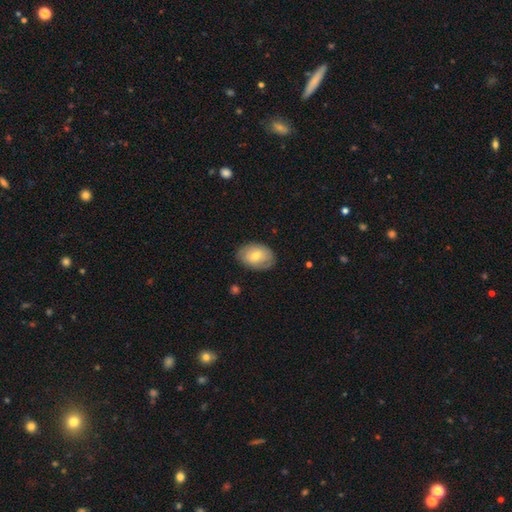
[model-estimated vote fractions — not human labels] The model was most divided on "smooth or featured": smooth: 58%, featured or disk: 35%, star or artifact: 7%. More confident: how rounded — in between (82%); merging — none (78%).